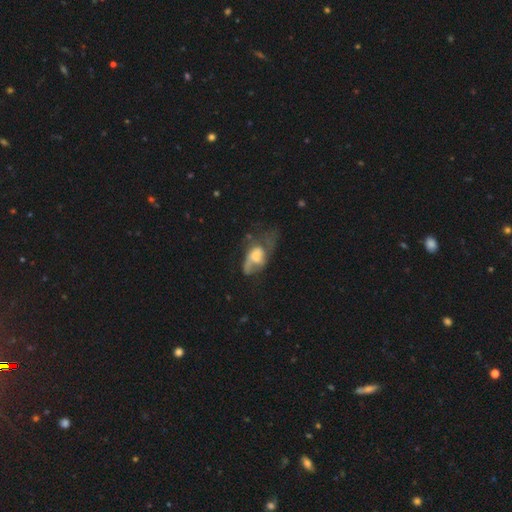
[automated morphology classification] featured or disk 54%, smooth 37%, star or artifact 9%. Down the decision tree: edge-on disk — no (93%); bar — no (65%); spiral arms — yes (54%); bulge size — moderate (49%); merging — major disturbance (48%).